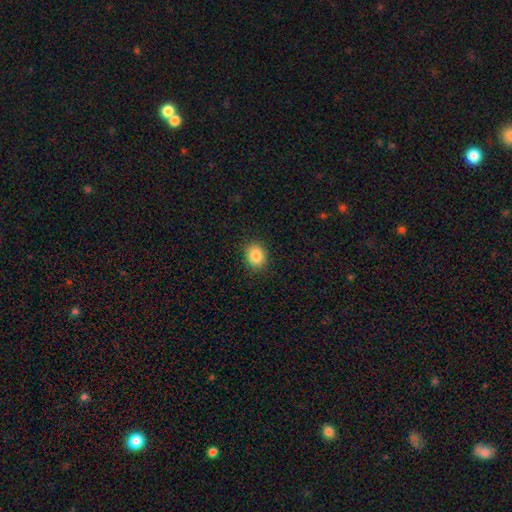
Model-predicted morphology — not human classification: This is clearly a smooth galaxy (85%). How rounded: possibly round (58%). Merging: clearly none (89%).